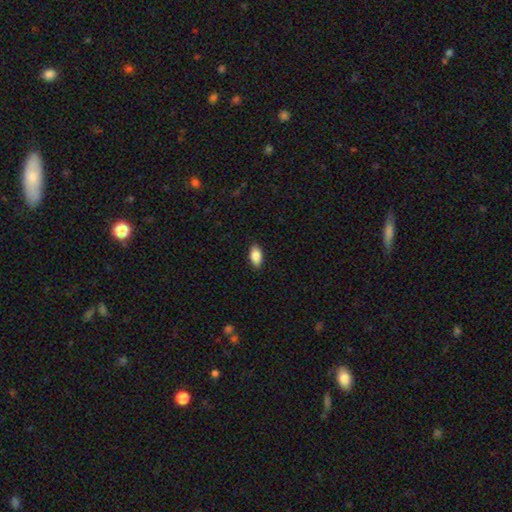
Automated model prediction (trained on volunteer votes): The model was most divided on "merging": none: 88%, minor disturbance: 9%, major disturbance: 2%, merger: 1%. More confident: how rounded — in between (93%); smooth or featured — smooth (87%).